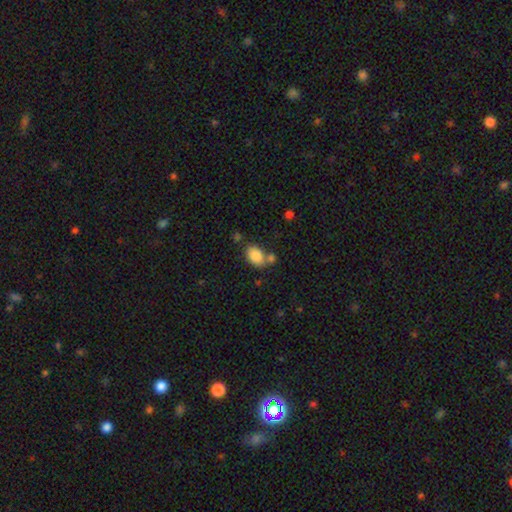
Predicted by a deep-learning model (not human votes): Smooth or featured? Predicted: smooth (p=0.85). How rounded? Predicted: in between (p=0.82). Merging? Predicted: none (p=0.60).